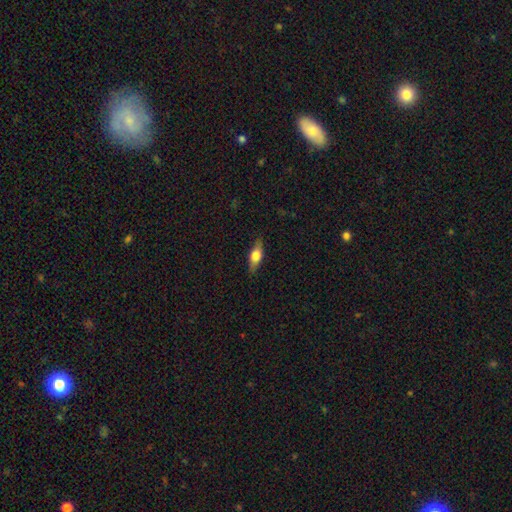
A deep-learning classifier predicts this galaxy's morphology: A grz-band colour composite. It shows a smooth galaxy with no disk features (53%) that is in between round and cigar-shaped (62%). Merging: none (85%).